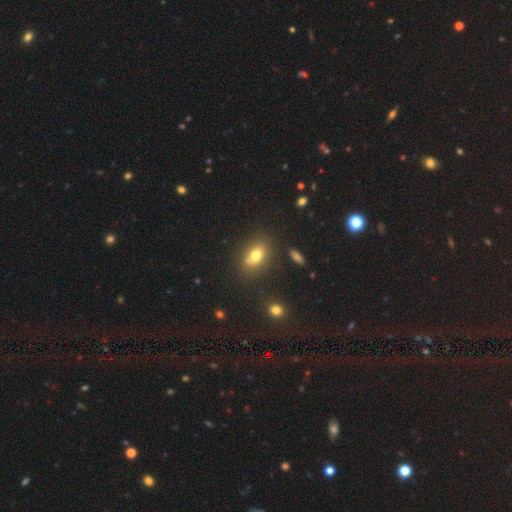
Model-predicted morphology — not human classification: A smooth galaxy with no disk features (75%) that is in between round and cigar-shaped (80%).

Vote fractions:
- Smooth or featured? smooth: 75% / featured or disk: 14% / star or artifact: 11%
- How rounded? in between: 80% / round: 16% / cigar-shaped: 4%
- Merging? none: 78% / minor disturbance: 13% / merger: 5% / major disturbance: 4%